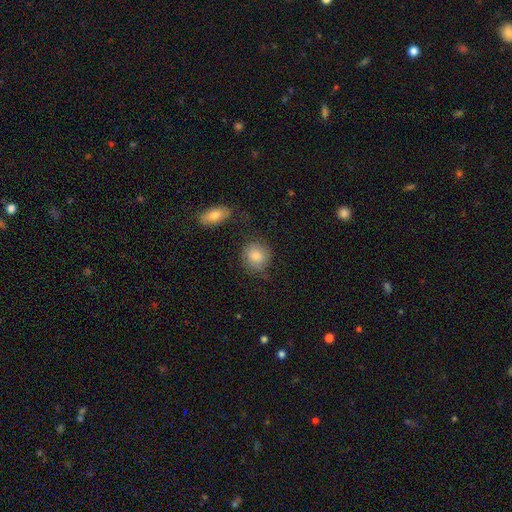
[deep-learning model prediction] A smooth galaxy with no disk features (74%) that is round (81%). Merging: none (69%).